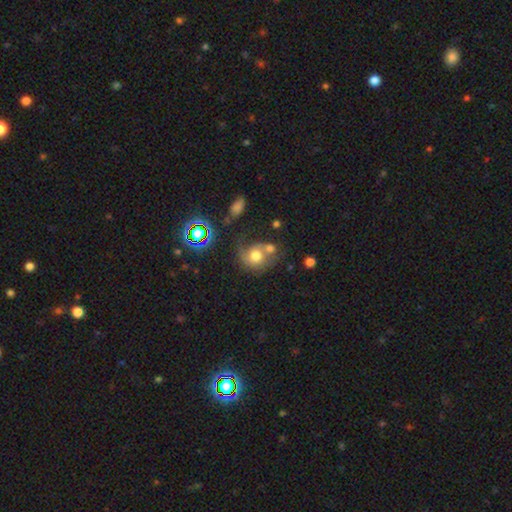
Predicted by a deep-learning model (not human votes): Smooth or featured? smooth (51%)
How rounded? round (69%)
Merging? merger (41%)